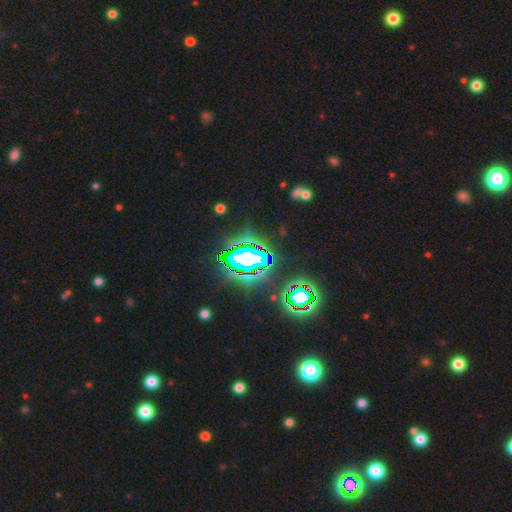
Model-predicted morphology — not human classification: A star or artifact, not a galaxy (70%).